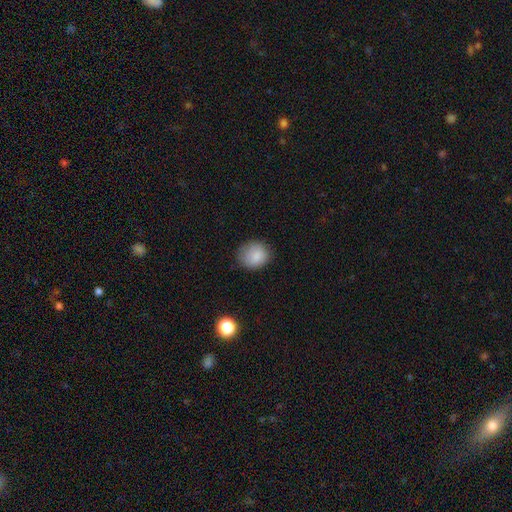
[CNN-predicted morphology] A smooth galaxy with no disk features (84%) that is round (68%). Merging: none (73%).